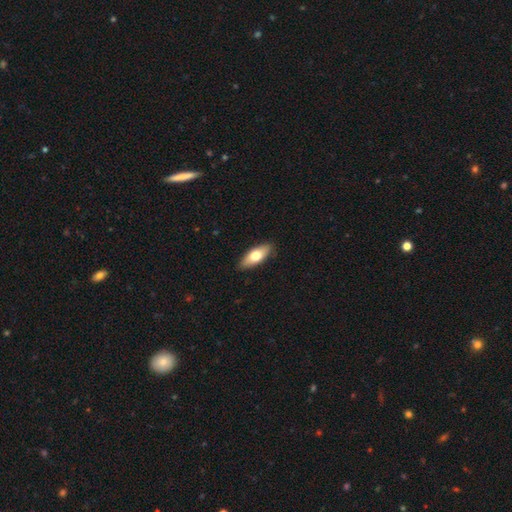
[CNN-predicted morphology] Smooth or featured? smooth (68%)
How rounded? in between (78%)
Merging? none (89%)